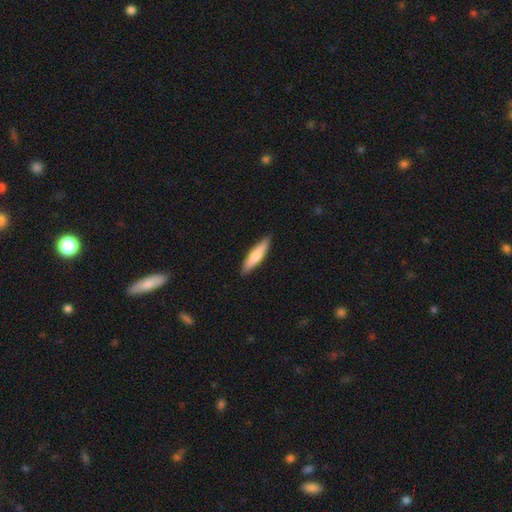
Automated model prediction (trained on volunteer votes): This is likely a smooth galaxy (66%). How rounded: clearly cigar-shaped (81%). Merging: clearly none (90%).